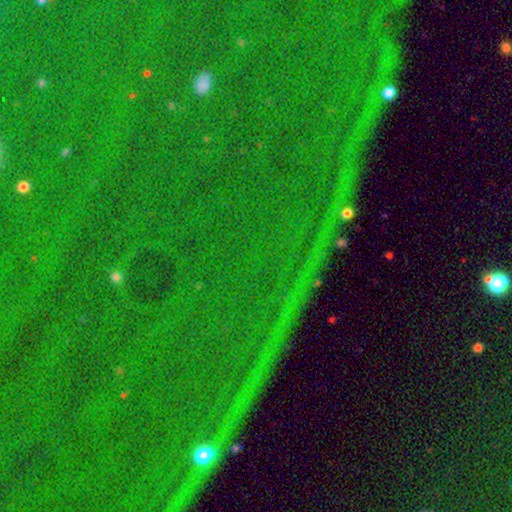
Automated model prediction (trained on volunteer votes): The model was most divided on "smooth or featured": star or artifact: 83%, smooth: 9%, featured or disk: 8%.